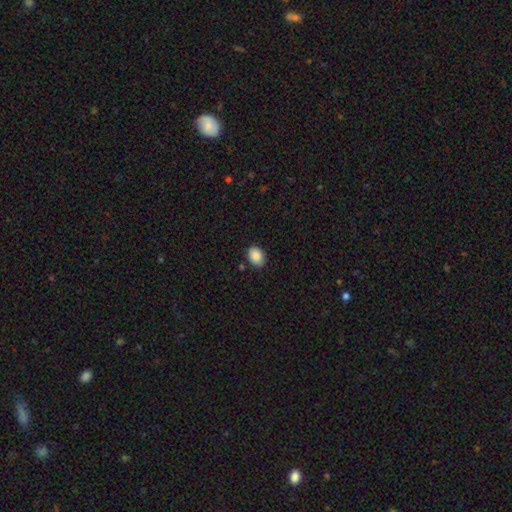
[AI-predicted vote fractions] Smooth or featured: smooth — 89% (star or artifact — 7%)
How rounded: in between — 73% (round — 26%)
Merging: none — 84% (minor disturbance — 12%)